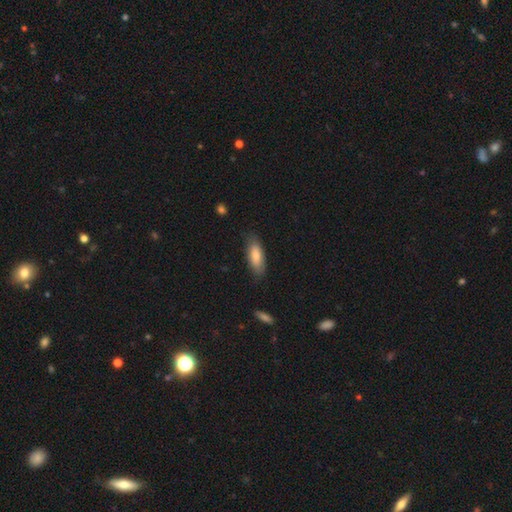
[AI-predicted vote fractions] Overall: smooth (78%). How rounded: in between (70%). Merging: none (80%).